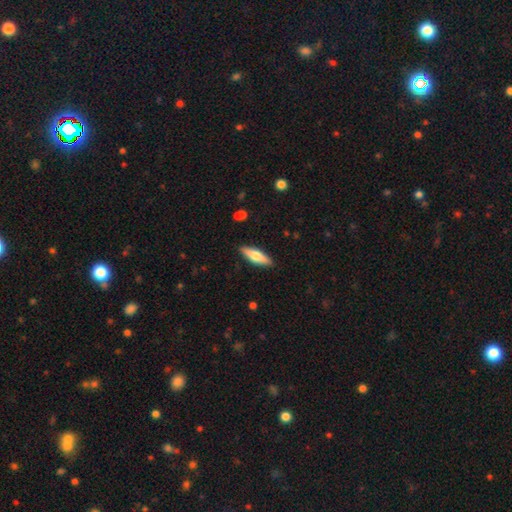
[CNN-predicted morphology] Q: Smooth or featured?
A: smooth (58%); runner-up: featured or disk (36%)
Q: How rounded?
A: cigar-shaped (53%); runner-up: in between (45%)
Q: Merging?
A: none (89%); runner-up: minor disturbance (9%)